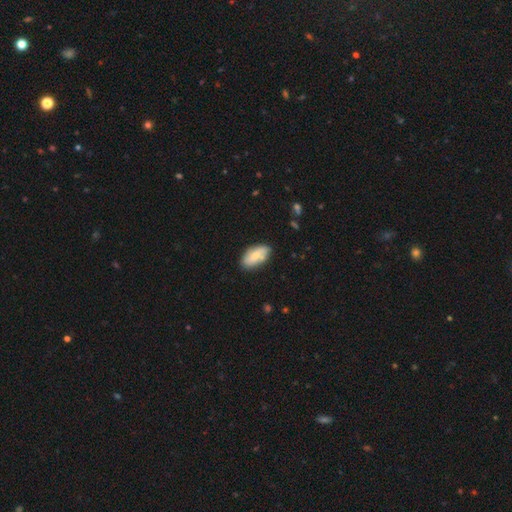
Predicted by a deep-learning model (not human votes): A smooth galaxy with no disk features (61%) that is in between round and cigar-shaped (92%).

Vote fractions:
- Smooth or featured? smooth: 61% / featured or disk: 32% / star or artifact: 7%
- How rounded? in between: 92% / cigar-shaped: 5% / round: 3%
- Merging? none: 75% / minor disturbance: 18% / merger: 4% / major disturbance: 3%